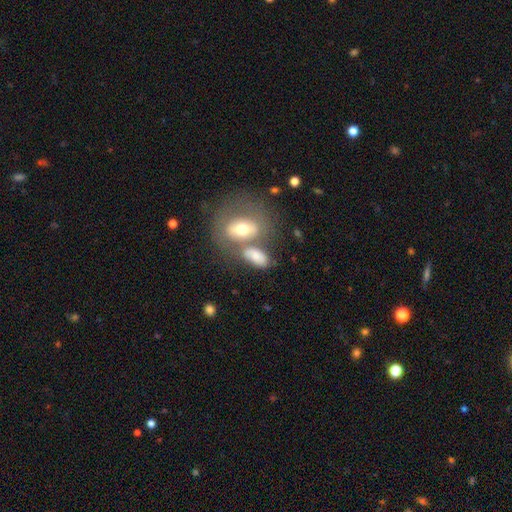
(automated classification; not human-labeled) This appears to be a smooth galaxy with no disk features (65%) that is in between round and cigar-shaped (83%). Merging: merger (40%).